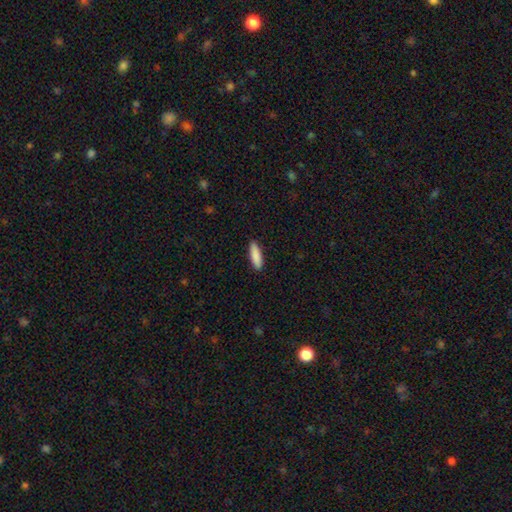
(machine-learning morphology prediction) This is clearly a smooth galaxy (89%). How rounded: possibly cigar-shaped (57%). Merging: clearly none (90%).